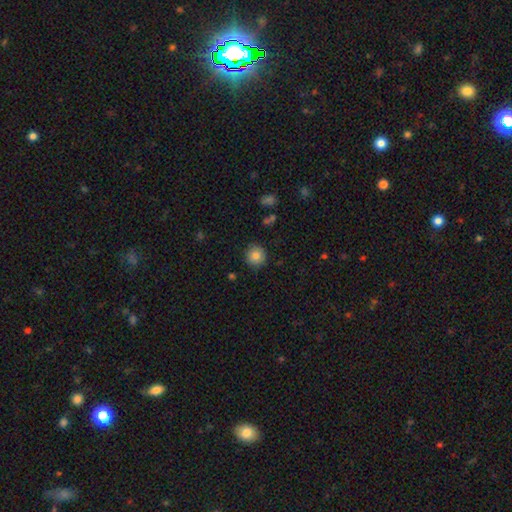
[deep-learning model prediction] The model was most divided on "smooth or featured": smooth: 83%, star or artifact: 10%, featured or disk: 7%. More confident: how rounded — round (93%); merging — none (87%).